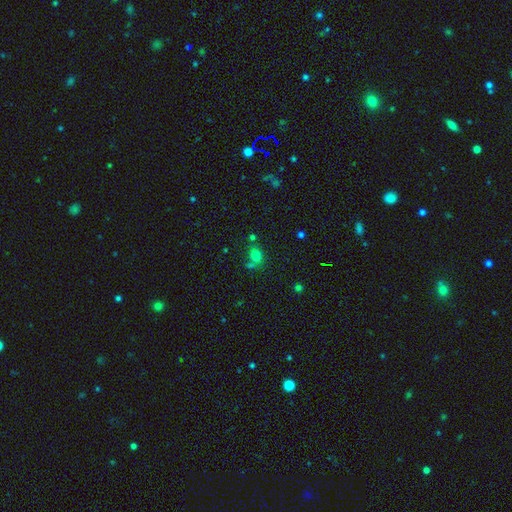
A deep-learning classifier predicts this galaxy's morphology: Smooth or featured: smooth — 73% (star or artifact — 18%)
How rounded: in between — 51% (round — 47%)
Merging: none — 58% (merger — 21%)